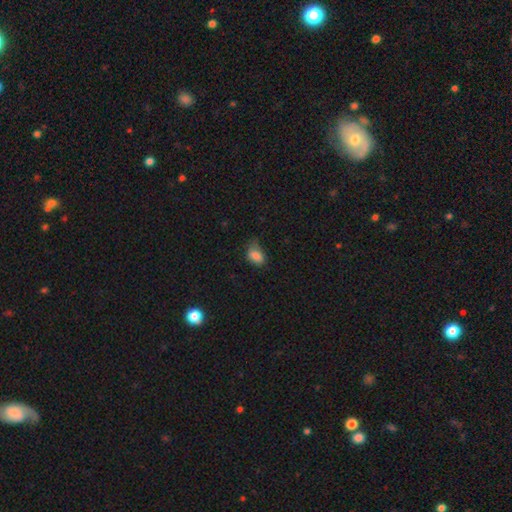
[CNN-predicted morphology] This appears to be a smooth galaxy with no disk features (81%) that is in between round and cigar-shaped (83%). Merging: none (45%).